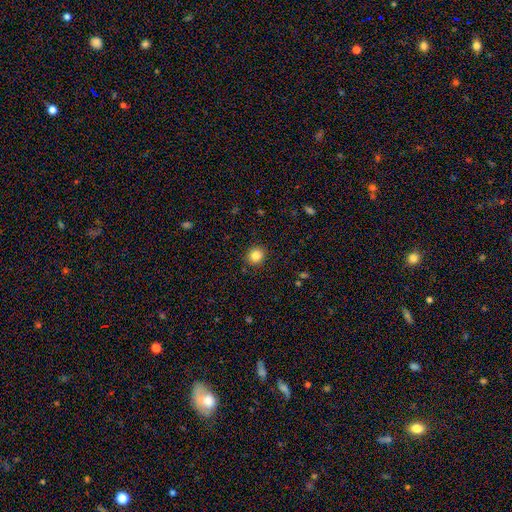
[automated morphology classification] smooth-or-featured: smooth: 84% | star or artifact: 11% | featured or disk: 5%
  how-rounded: round: 87% | in between: 12% | cigar-shaped: 1%
  merging: none: 91% | minor disturbance: 6% | major disturbance: 2% | merger: 1%